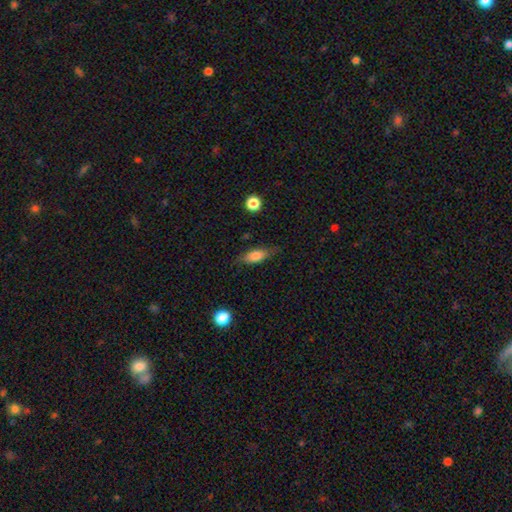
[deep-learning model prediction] Morphology: type=smooth (70%); roundness=in between (69%); merging=none (74%).